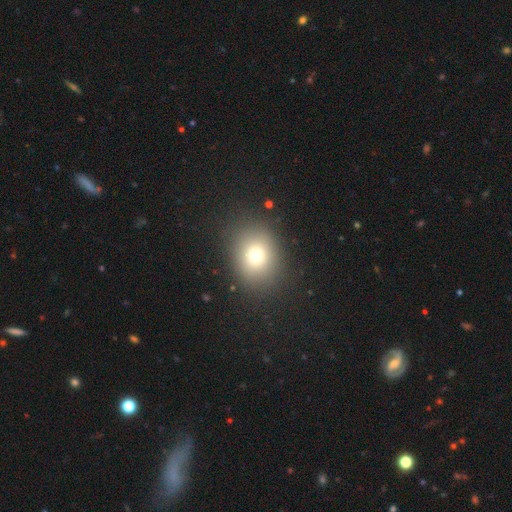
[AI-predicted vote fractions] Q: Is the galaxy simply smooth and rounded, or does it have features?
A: smooth — 73%.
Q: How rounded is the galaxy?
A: round — 60%.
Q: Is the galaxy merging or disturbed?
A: none — 86%.